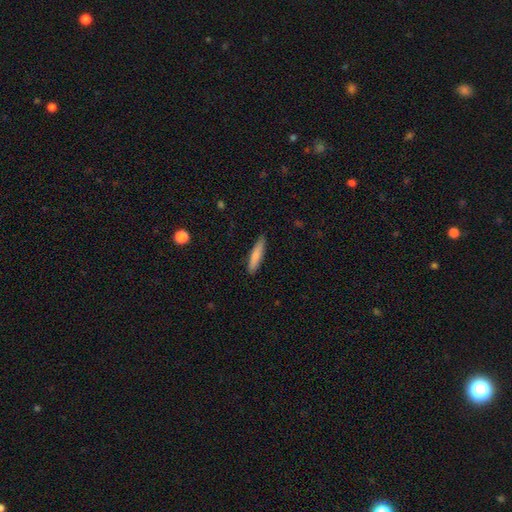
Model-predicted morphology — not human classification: smooth 80%, featured or disk 14%, star or artifact 6%. Down the decision tree: how rounded — cigar-shaped (86%); merging — none (89%).